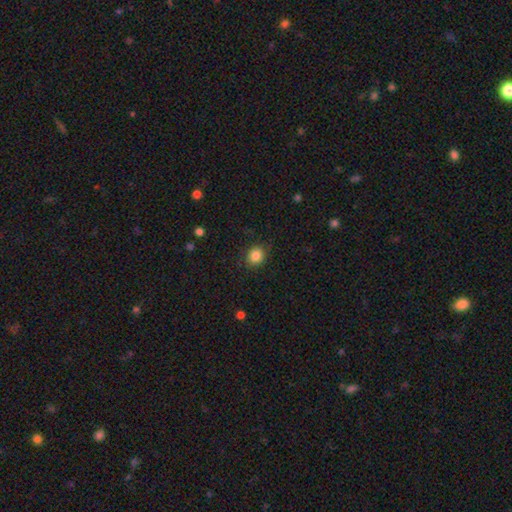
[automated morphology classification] smooth_or_featured: smooth (p=0.85) [alt: star or artifact p=0.10]
how_rounded: round (p=0.75) [alt: in between p=0.24]
merging: none (p=0.87) [alt: minor disturbance p=0.09]